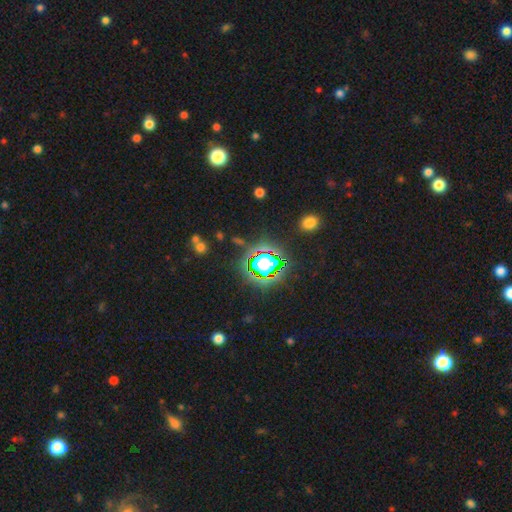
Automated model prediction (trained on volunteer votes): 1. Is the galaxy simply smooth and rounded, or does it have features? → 74% star or artifact, 16% smooth, 11% featured or disk.